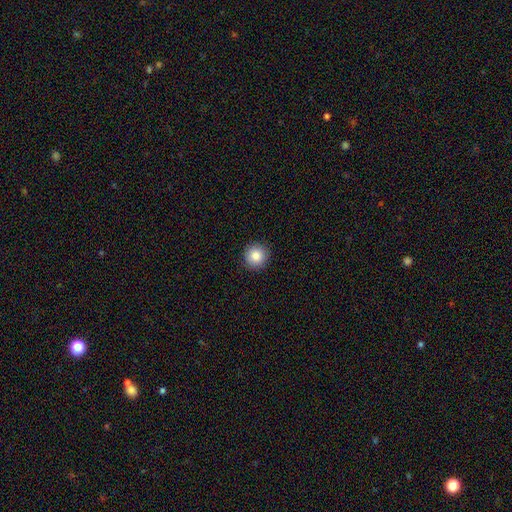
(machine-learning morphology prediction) This appears to be a smooth galaxy with no disk features (85%) that is round (95%). Merging: none (93%).